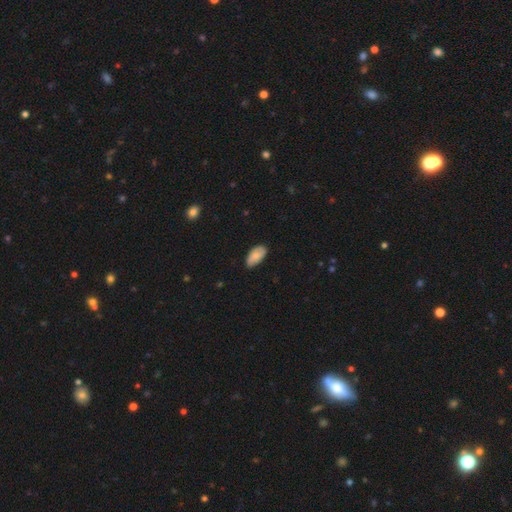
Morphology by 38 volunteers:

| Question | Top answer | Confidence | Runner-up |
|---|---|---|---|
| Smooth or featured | smooth | 82% | featured or disk (11%) |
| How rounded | in between | 90% | round (6%) |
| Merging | none | 74% | minor disturbance (20%) |